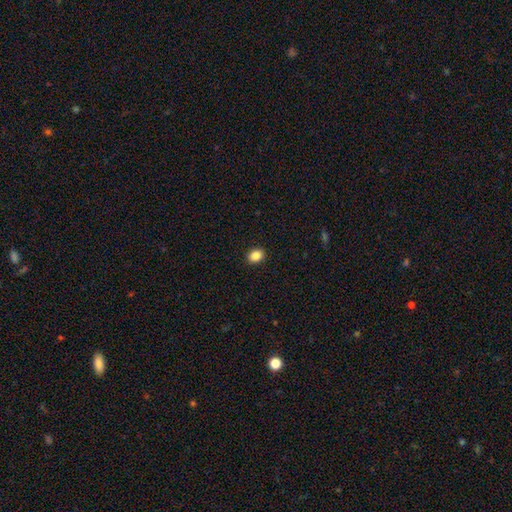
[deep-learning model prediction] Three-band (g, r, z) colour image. It shows a smooth galaxy with no disk features (87%) that is in between round and cigar-shaped (61%). Merging: none (91%).